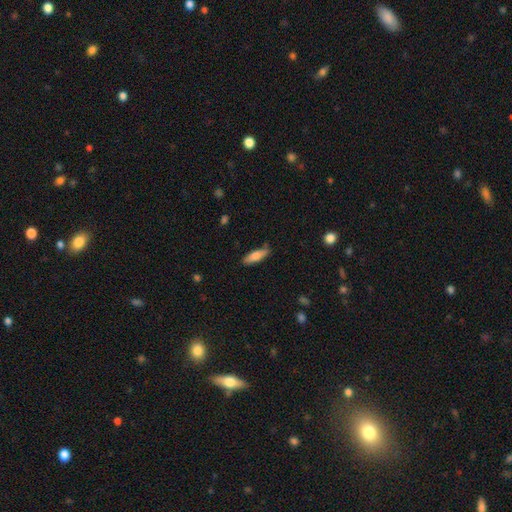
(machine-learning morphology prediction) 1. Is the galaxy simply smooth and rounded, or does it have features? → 73% smooth, 21% featured or disk, 6% star or artifact.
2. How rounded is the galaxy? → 55% cigar-shaped, 44% in between, 2% round.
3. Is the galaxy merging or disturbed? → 81% none, 15% minor disturbance, 3% major disturbance, 2% merger.